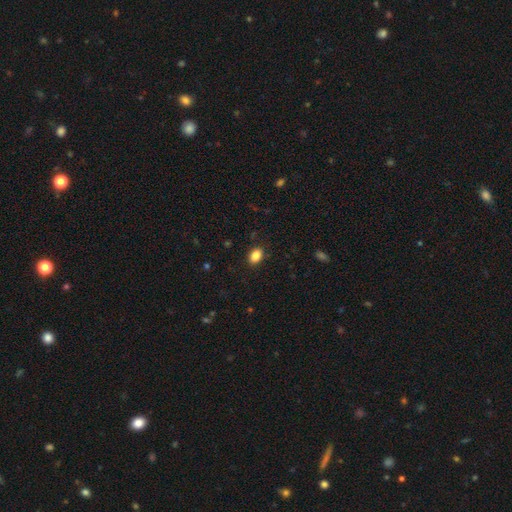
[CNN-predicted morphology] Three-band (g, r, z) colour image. It shows a smooth galaxy with no disk features (86%) that is in between round and cigar-shaped (80%). Merging: none (89%).